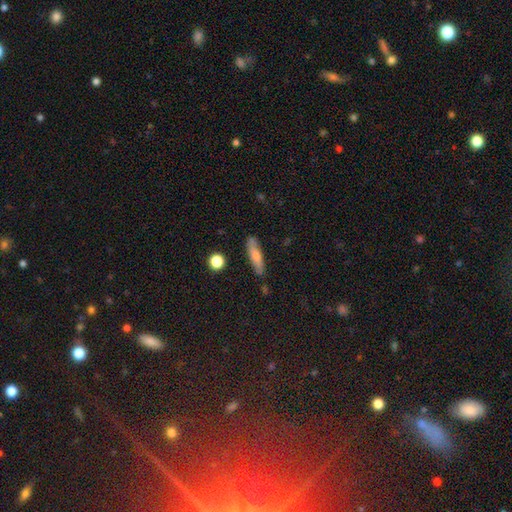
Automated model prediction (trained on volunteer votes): This is likely a smooth galaxy (62%). How rounded: likely cigar-shaped (78%). Merging: clearly none (82%).